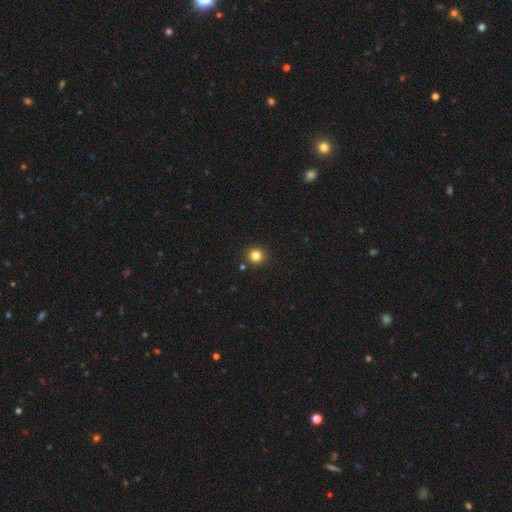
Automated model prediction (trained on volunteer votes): Morphology: type=smooth (82%); roundness=round (93%); merging=none (90%).